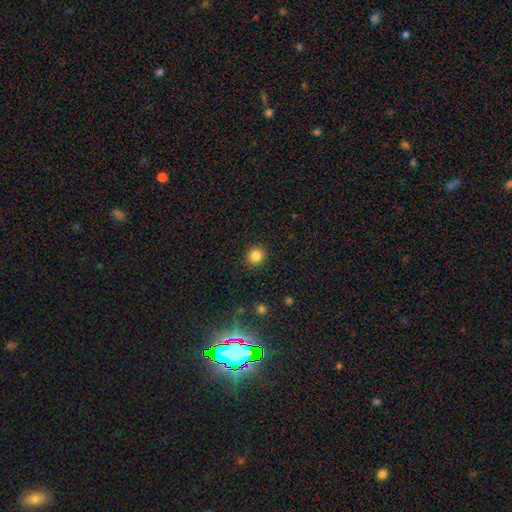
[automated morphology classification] type=smooth (83%); roundness=round (91%); merging=none (91%).